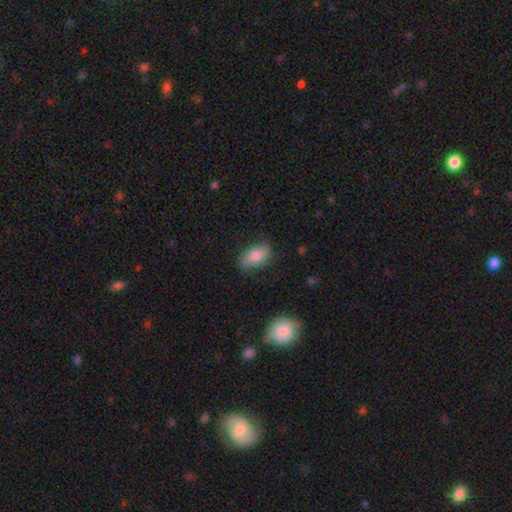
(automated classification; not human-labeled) Q: Smooth or featured?
A: smooth (71%); runner-up: featured or disk (21%)
Q: How rounded?
A: in between (89%); runner-up: round (8%)
Q: Merging?
A: none (76%); runner-up: minor disturbance (18%)